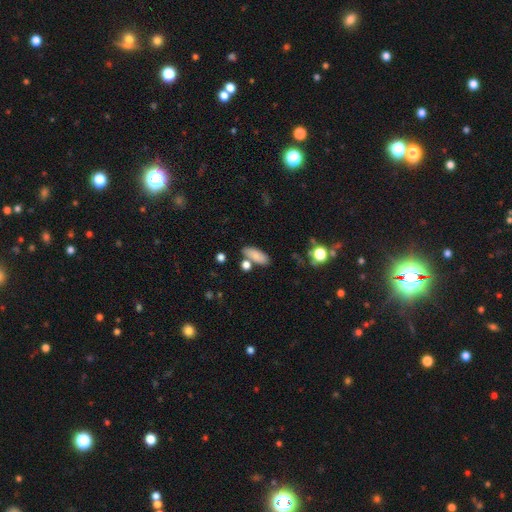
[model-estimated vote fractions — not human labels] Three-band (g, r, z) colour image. It shows a smooth galaxy with no disk features (83%) that is in between round and cigar-shaped (75%). Merging: none (68%).